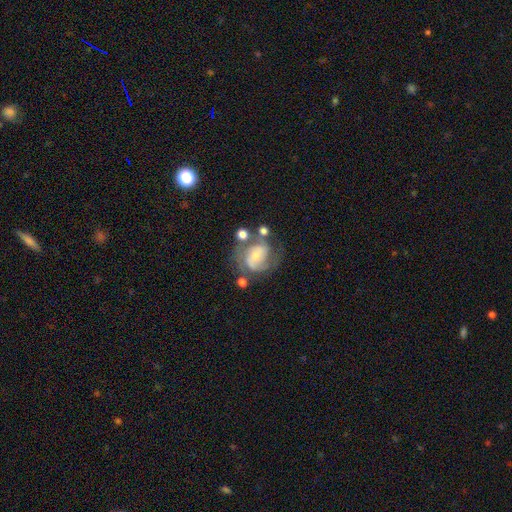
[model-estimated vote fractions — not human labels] Overall: featured or disk (66%). Edge-on disk: no (97%). Bar: no (51%; weak 36%). Spiral arms: yes (81%). Spiral arm count: 2 (54%; can't tell 24%). Spiral winding: medium (45%; tight 35%). Bulge size: small (53%; moderate 35%). Merging: none (44%; minor disturbance 22%).